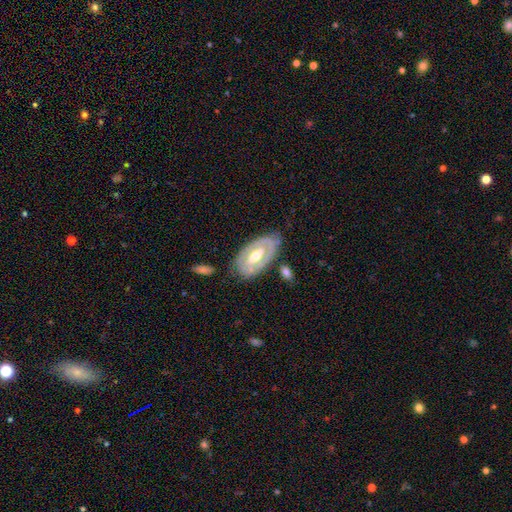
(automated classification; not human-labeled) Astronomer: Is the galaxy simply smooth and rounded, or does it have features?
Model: featured or disk — 74%.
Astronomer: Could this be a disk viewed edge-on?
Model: no — 91%.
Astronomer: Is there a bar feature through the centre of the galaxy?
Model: weak — 37% (runner-up: no, 36%).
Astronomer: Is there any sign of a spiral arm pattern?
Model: yes — 52% (runner-up: no, 48%).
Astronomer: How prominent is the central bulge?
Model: moderate — 72%.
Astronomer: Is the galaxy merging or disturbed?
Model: none — 75%.